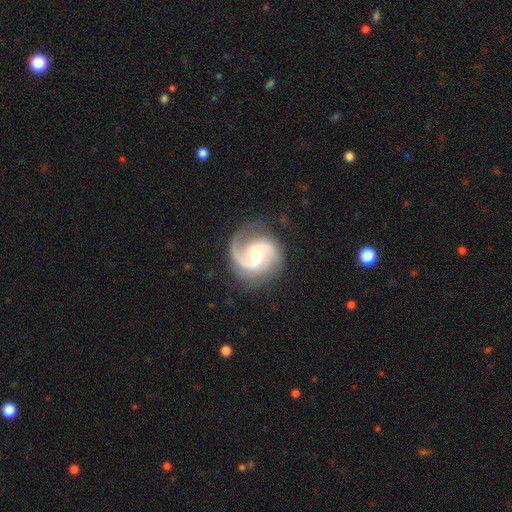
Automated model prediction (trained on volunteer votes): Q: Smooth or featured?
A: featured or disk (91%); runner-up: smooth (5%)
Q: Edge-on disk?
A: no (98%); runner-up: yes (2%)
Q: Bar?
A: weak (49%); runner-up: no (38%)
Q: Spiral arms?
A: yes (98%); runner-up: no (2%)
Q: Spiral winding?
A: medium (57%); runner-up: loose (25%)
Q: Spiral arm count?
A: 2 (86%); runner-up: 1 (5%)
Q: Bulge size?
A: moderate (48%); runner-up: small (44%)
Q: Merging?
A: none (76%); runner-up: minor disturbance (14%)